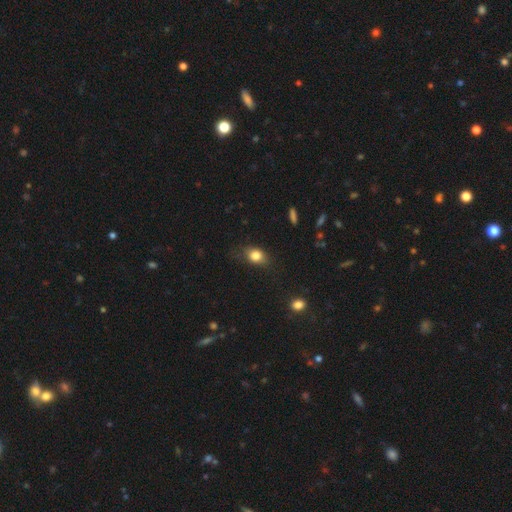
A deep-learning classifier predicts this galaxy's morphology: A smooth galaxy with no disk features (81%) that is in between round and cigar-shaped (60%).

Vote fractions:
- Smooth or featured? smooth: 81% / star or artifact: 10% / featured or disk: 9%
- How rounded? in between: 60% / round: 37% / cigar-shaped: 2%
- Merging? none: 68% / minor disturbance: 23% / major disturbance: 7% / merger: 1%